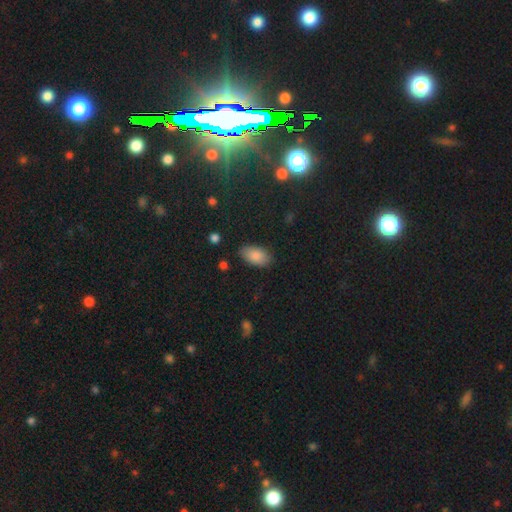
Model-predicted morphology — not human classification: smooth 87%, star or artifact 7%, featured or disk 6%. Down the decision tree: how rounded — in between (94%); merging — none (84%).